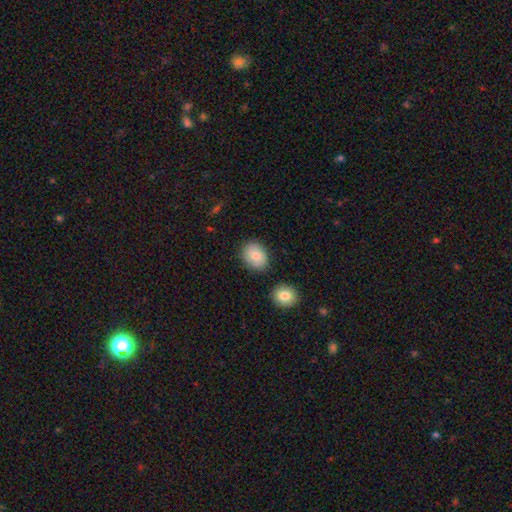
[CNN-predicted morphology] Overall: smooth (83%). How rounded: in between (57%; round 42%). Merging: none (81%).